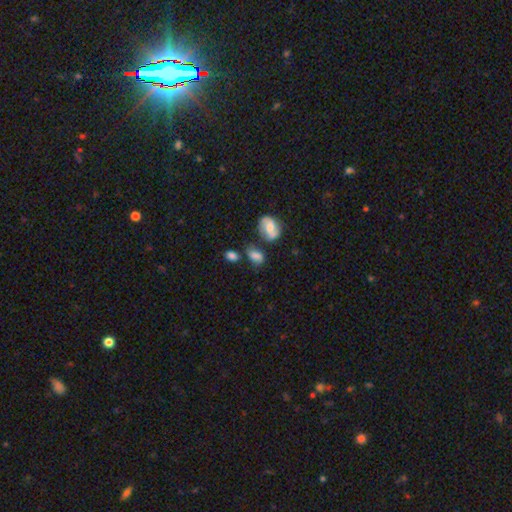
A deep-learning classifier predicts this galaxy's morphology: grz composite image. It shows a smooth galaxy with no disk features (70%) that is in between round and cigar-shaped (82%). Merging: none (53%).